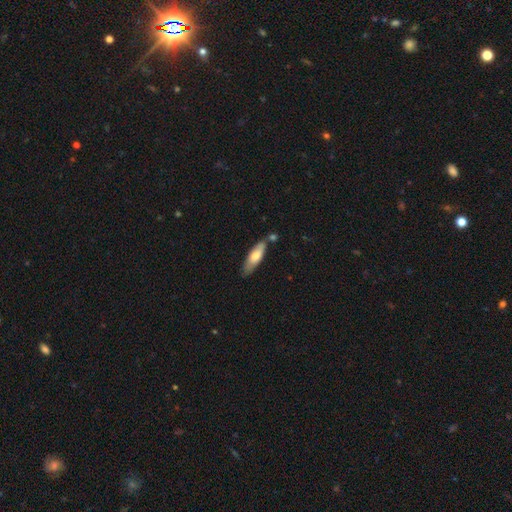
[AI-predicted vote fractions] Smooth or featured? smooth (64%)
How rounded? cigar-shaped (51%)
Merging? none (66%)